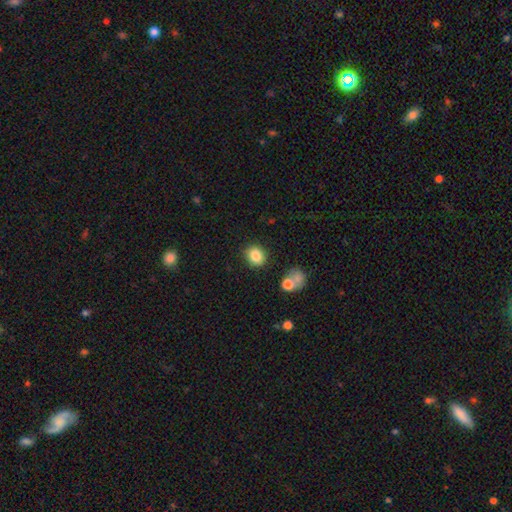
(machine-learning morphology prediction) Overall: smooth (85%). How rounded: round (72%). Merging: none (85%).